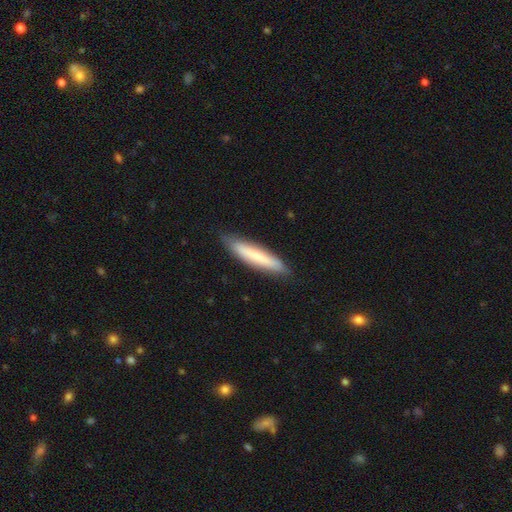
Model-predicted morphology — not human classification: A smooth galaxy with no disk features (70%) that is cigar-shaped (89%). Merging: none (85%).